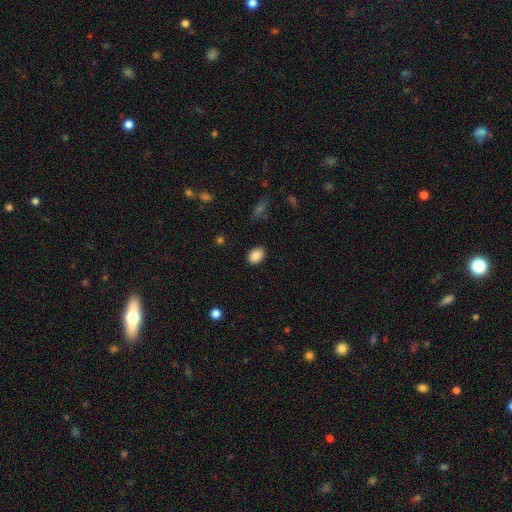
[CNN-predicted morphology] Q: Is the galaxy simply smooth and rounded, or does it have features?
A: smooth — 88%.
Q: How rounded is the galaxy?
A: in between — 78%.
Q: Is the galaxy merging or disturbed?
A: none — 87%.